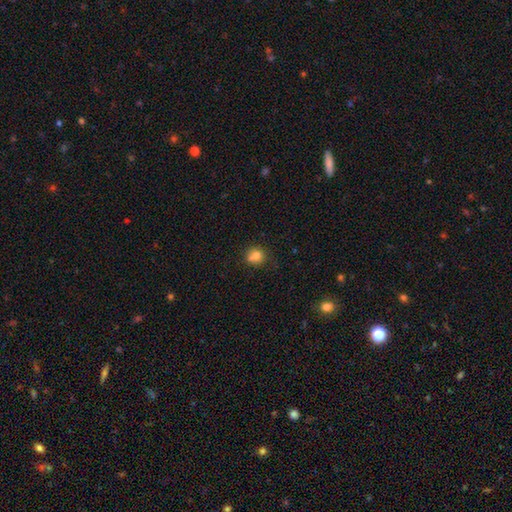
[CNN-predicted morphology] The model was most divided on "merging": none: 56%, merger: 22%, minor disturbance: 17%, major disturbance: 5%. More confident: how rounded — round (80%); smooth or featured — smooth (78%).